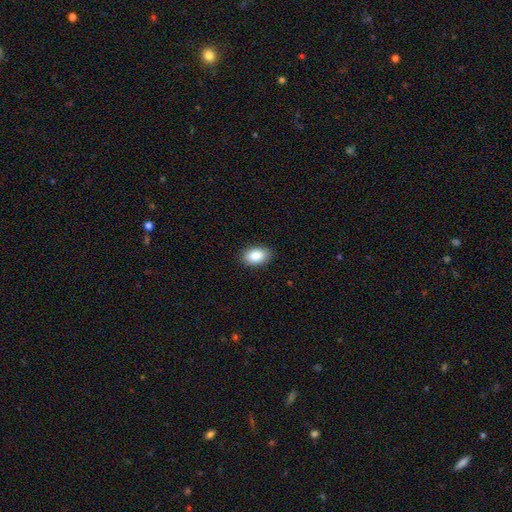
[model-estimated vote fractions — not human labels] smooth 88%, star or artifact 7%, featured or disk 5%. Down the decision tree: how rounded — in between (91%); merging — none (89%).